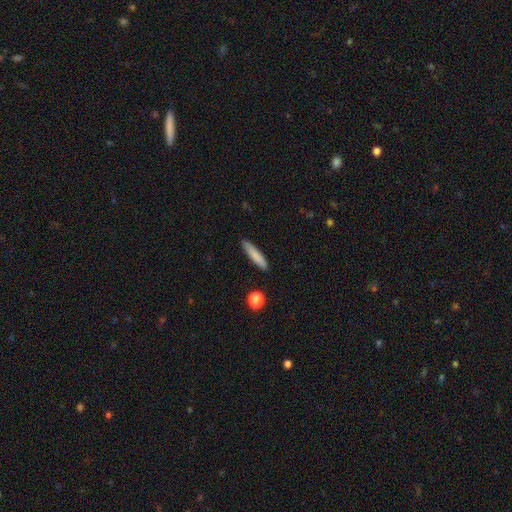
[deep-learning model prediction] This appears to be a smooth galaxy with no disk features (81%) that is cigar-shaped (88%). Merging: none (88%).